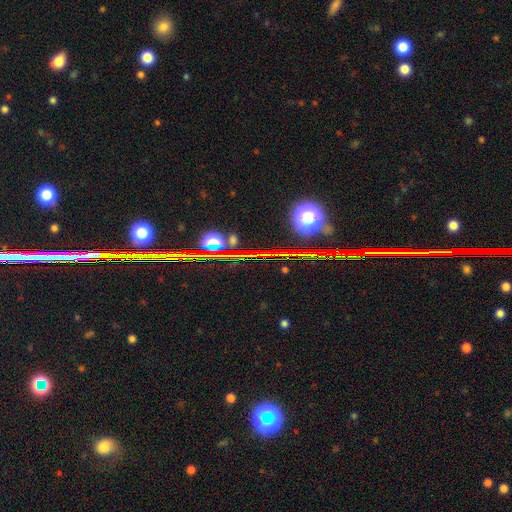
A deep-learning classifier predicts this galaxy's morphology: A star or artifact, not a galaxy (80%).

Vote fractions:
- Smooth or featured? star or artifact: 80% / featured or disk: 11% / smooth: 9%